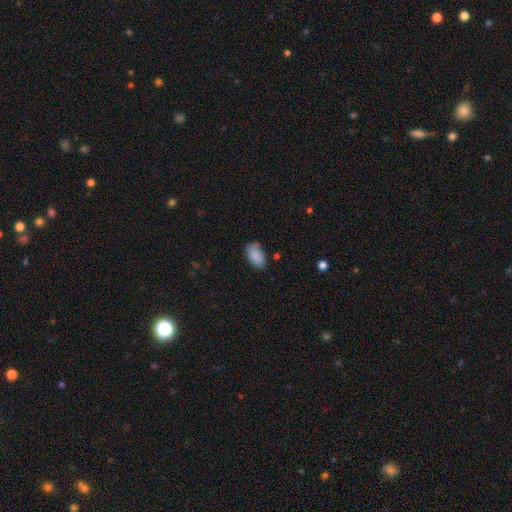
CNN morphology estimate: This is clearly a smooth galaxy (88%). How rounded: clearly in between (93%). Merging: likely none (75%).